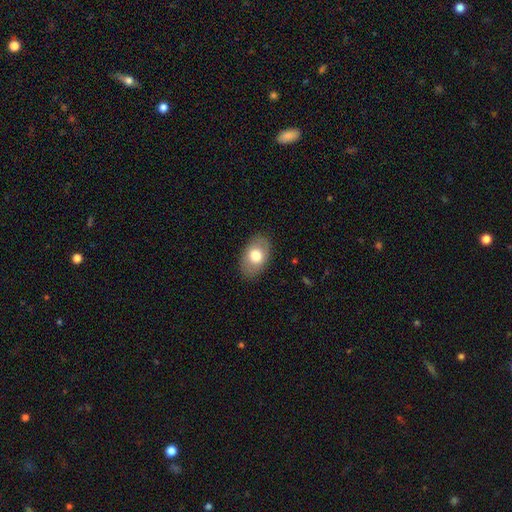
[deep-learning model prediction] A smooth galaxy with no disk features (72%) that is in between round and cigar-shaped (88%). Merging: none (86%).